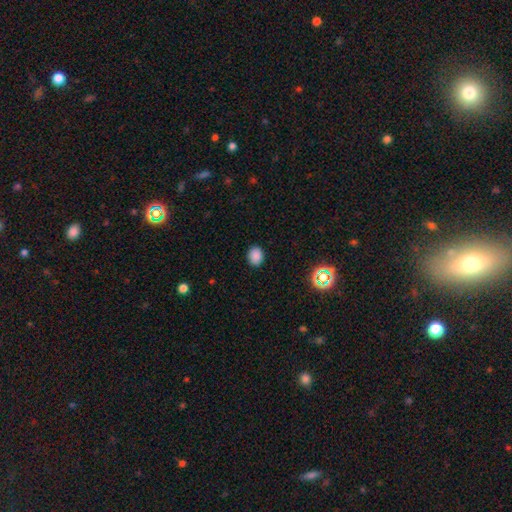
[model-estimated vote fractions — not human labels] This is clearly a smooth galaxy (84%). How rounded: possibly round (50%). Merging: clearly none (88%).